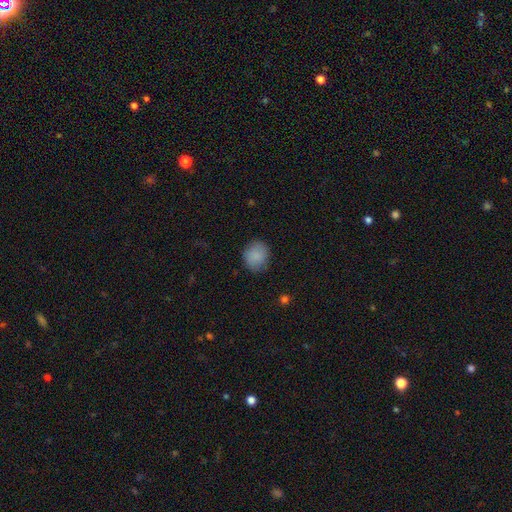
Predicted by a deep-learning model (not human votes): Q: Smooth or featured?
A: smooth (87%); runner-up: star or artifact (8%)
Q: How rounded?
A: round (77%); runner-up: in between (22%)
Q: Merging?
A: none (82%); runner-up: minor disturbance (14%)